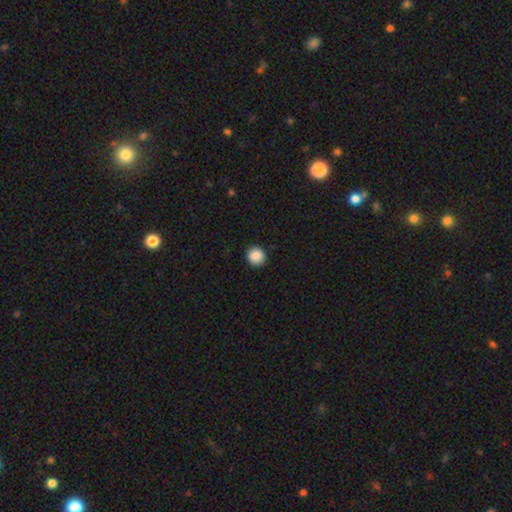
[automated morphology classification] Smooth or featured? smooth (88%)
How rounded? round (91%)
Merging? none (91%)